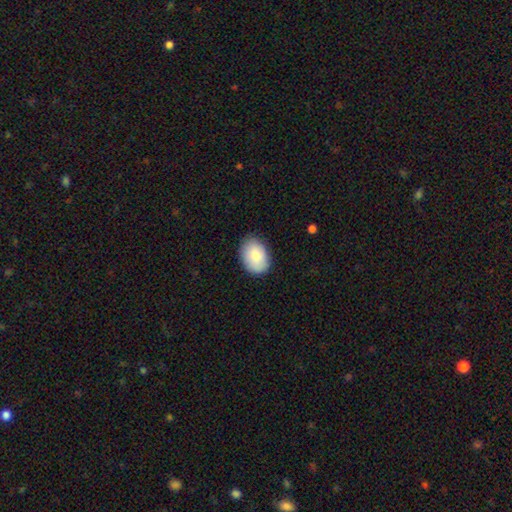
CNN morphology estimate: This appears to be a smooth galaxy with no disk features (84%) that is in between round and cigar-shaped (83%). Merging: none (84%).